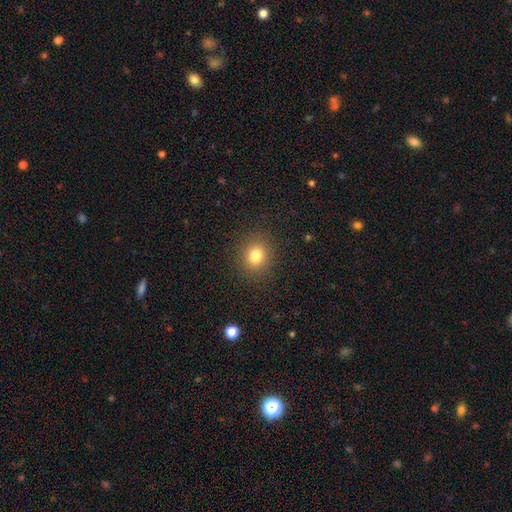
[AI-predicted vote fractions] This appears to be a smooth galaxy with no disk features (80%) that is round (78%). Merging: none (89%).